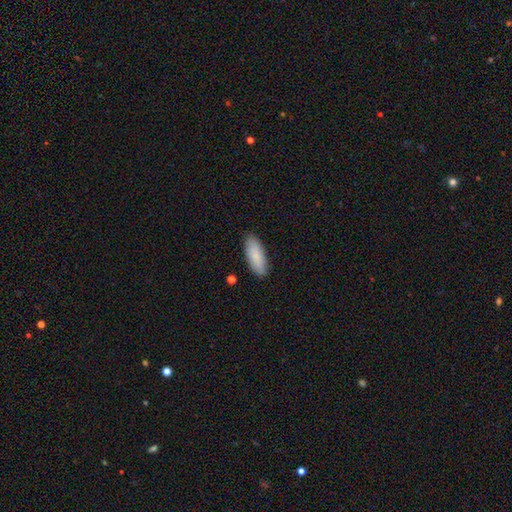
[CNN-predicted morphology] smooth 87%, featured or disk 7%, star or artifact 6%. Down the decision tree: how rounded — in between (70%); merging — none (87%).